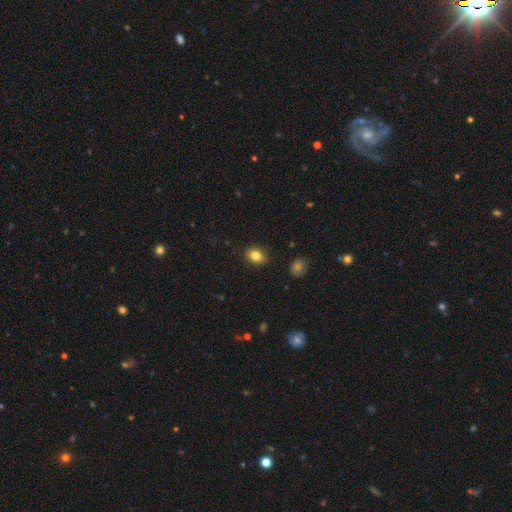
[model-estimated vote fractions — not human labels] smooth 83%, star or artifact 10%, featured or disk 7%. Down the decision tree: how rounded — in between (53%); merging — none (89%).